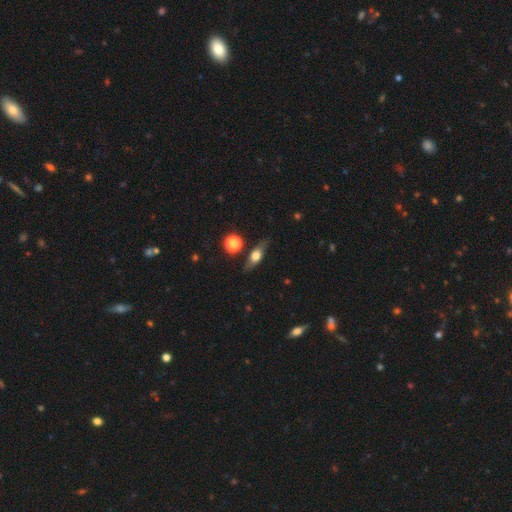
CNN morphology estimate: Overall: smooth (49%; featured or disk 42%). Merging: none (77%).